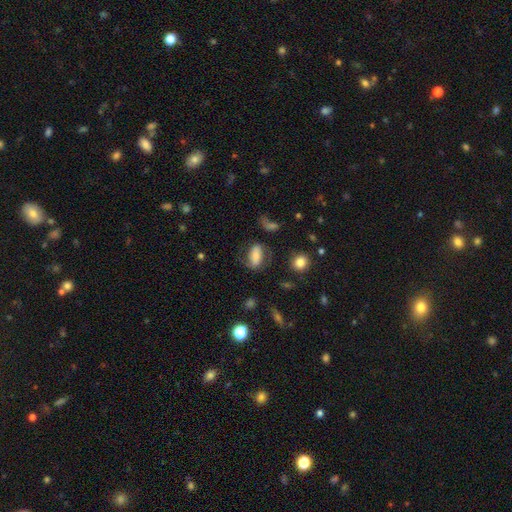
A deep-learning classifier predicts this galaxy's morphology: This is possibly a featured or disk galaxy (48%). Merging: likely none (60%).